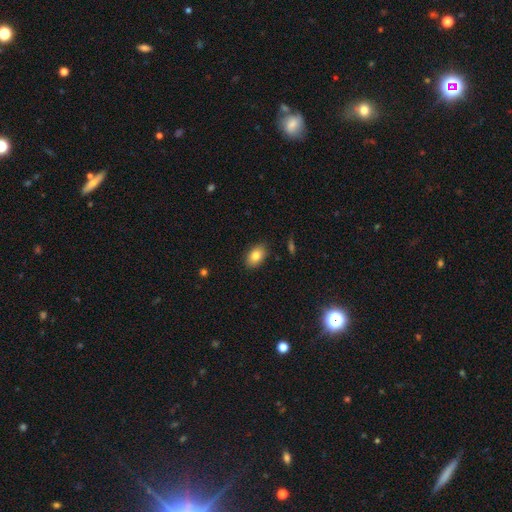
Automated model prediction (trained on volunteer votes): Smooth or featured? smooth (83%)
How rounded? in between (87%)
Merging? none (88%)